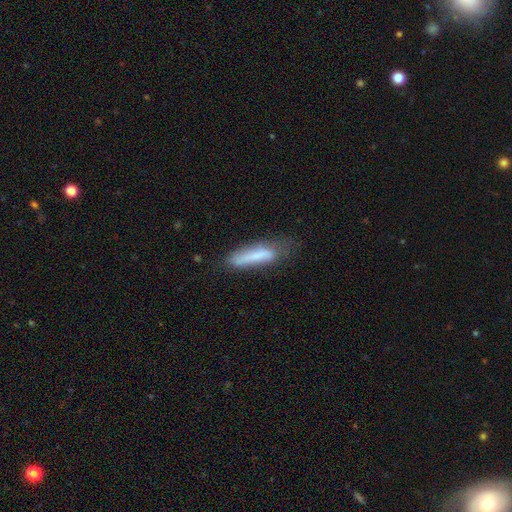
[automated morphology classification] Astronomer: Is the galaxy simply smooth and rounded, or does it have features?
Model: smooth — 70%.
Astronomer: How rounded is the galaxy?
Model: cigar-shaped — 79%.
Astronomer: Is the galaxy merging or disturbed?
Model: none — 53% (runner-up: minor disturbance, 30%).